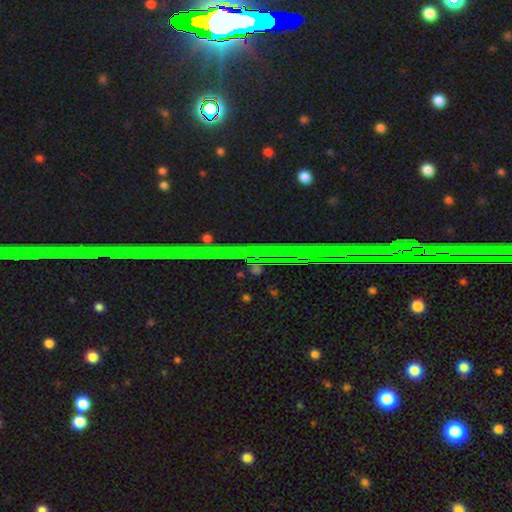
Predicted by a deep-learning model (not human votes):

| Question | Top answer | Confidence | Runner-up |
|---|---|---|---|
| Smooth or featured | star or artifact | 80% | featured or disk (11%) |